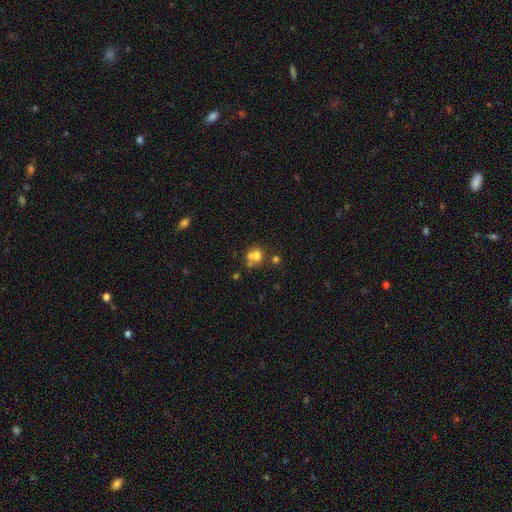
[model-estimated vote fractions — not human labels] The model was most divided on "merging": merger: 48%, none: 39%, minor disturbance: 8%, major disturbance: 5%. More confident: how rounded — round (78%); smooth or featured — smooth (66%).